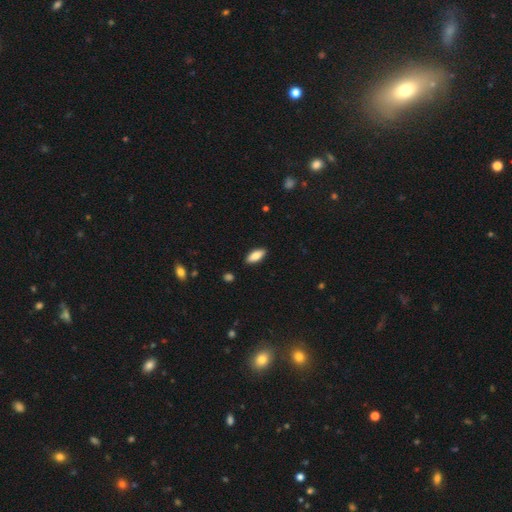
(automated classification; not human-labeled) Smooth or featured?
  - smooth: 80% *
  - featured or disk: 14%
  - star or artifact: 6%
How rounded?
  - in between: 79% *
  - cigar-shaped: 19%
  - round: 2%
Merging?
  - none: 88% *
  - minor disturbance: 9%
  - major disturbance: 2%
  - merger: 1%